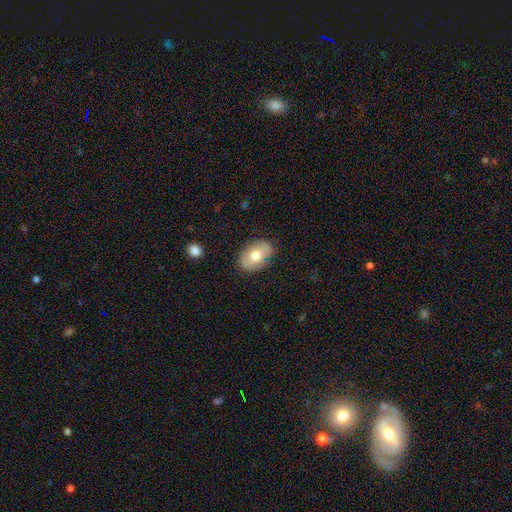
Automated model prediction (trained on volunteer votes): Smooth or featured? Predicted: smooth (p=0.69). How rounded? Predicted: in between (p=0.83). Merging? Predicted: none (p=0.84).